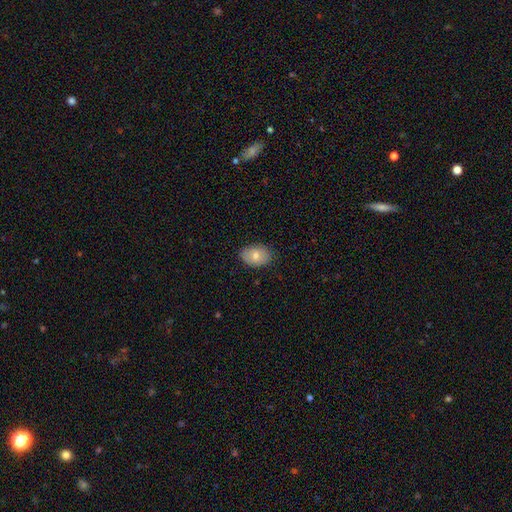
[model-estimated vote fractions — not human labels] This is likely a smooth galaxy (77%). How rounded: clearly in between (82%). Merging: clearly none (82%).